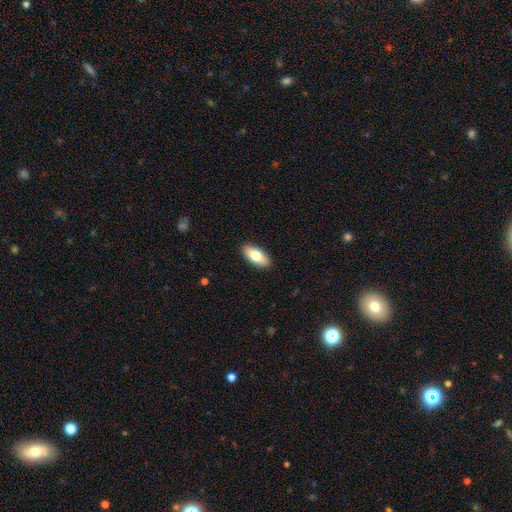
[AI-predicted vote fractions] This appears to be a smooth galaxy with no disk features (76%) that is in between round and cigar-shaped (87%). Merging: none (90%).